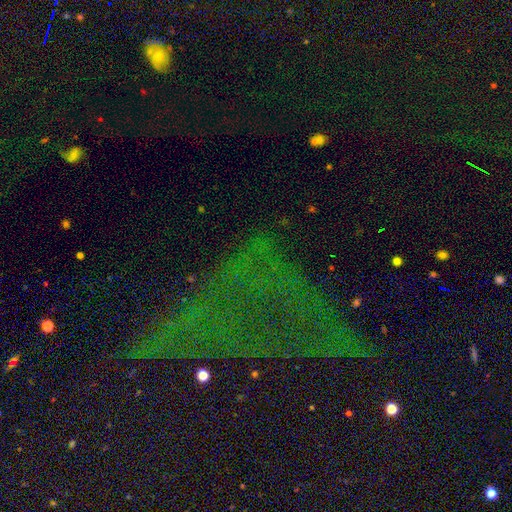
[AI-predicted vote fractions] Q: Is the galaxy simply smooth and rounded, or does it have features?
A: star or artifact — 73%.